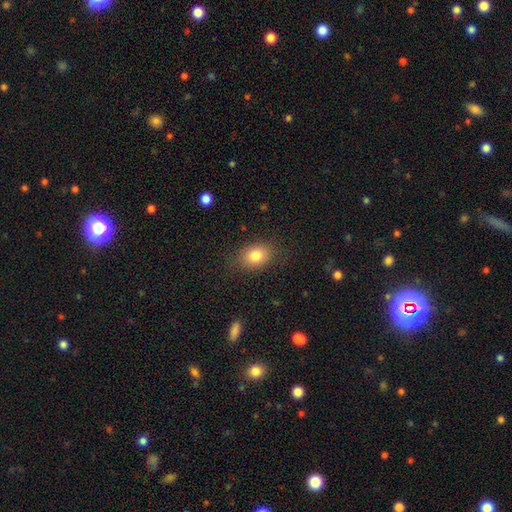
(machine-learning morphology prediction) Smooth or featured? smooth (81%)
How rounded? in between (66%)
Merging? none (81%)